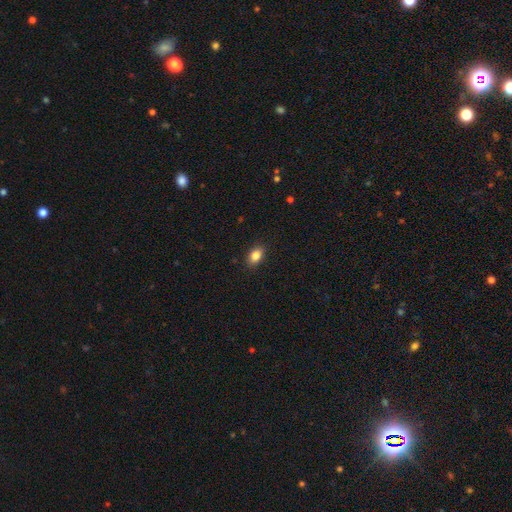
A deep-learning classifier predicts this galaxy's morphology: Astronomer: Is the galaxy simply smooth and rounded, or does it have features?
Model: smooth — 85%.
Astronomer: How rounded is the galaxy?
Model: in between — 84%.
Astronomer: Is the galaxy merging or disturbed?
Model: none — 89%.